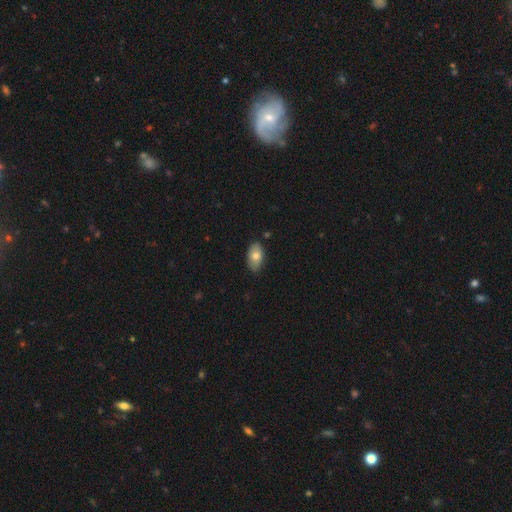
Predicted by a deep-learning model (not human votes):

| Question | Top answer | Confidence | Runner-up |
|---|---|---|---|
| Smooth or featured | smooth | 75% | featured or disk (18%) |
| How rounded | in between | 92% | round (6%) |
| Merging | none | 82% | minor disturbance (14%) |